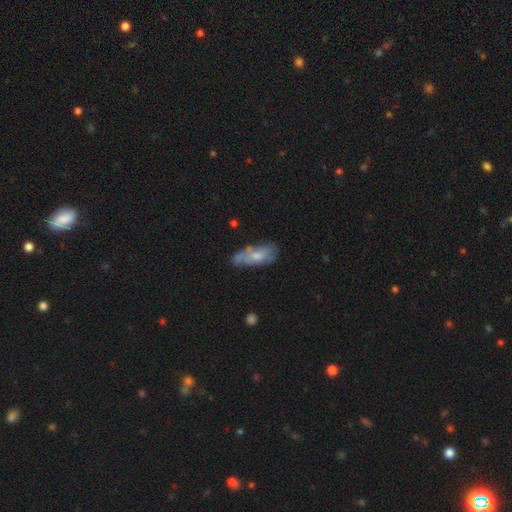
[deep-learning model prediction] Smooth or featured?
  - featured or disk: 47% *
  - smooth: 46%
  - star or artifact: 7%
Merging?
  - none: 50% *
  - minor disturbance: 30%
  - major disturbance: 13%
  - merger: 8%